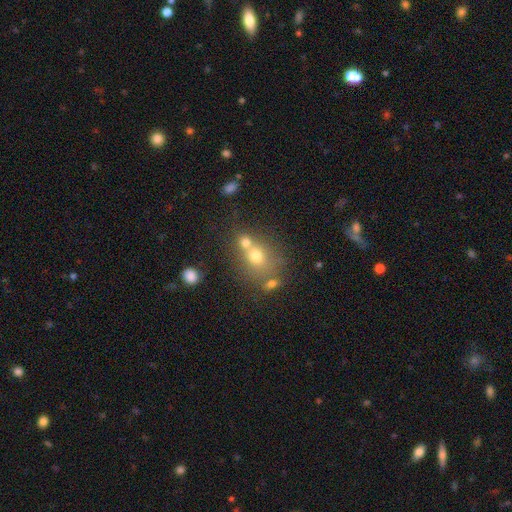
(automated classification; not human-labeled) This is likely a smooth galaxy (66%). How rounded: likely round (68%). Merging: possibly merger (47%).